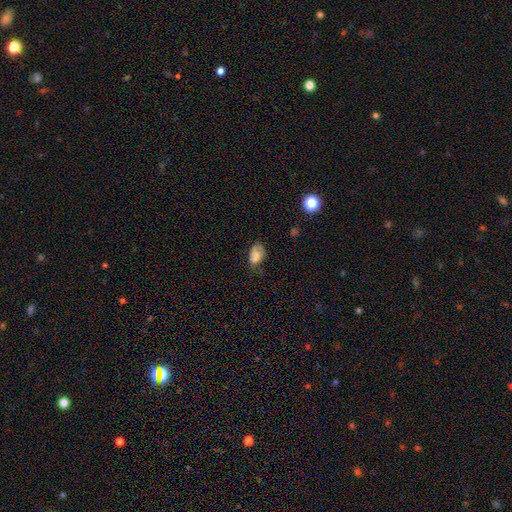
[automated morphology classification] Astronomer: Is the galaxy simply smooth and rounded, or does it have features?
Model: smooth — 72%.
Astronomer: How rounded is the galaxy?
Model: in between — 87%.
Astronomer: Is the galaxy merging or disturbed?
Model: none — 51% (runner-up: minor disturbance, 34%).